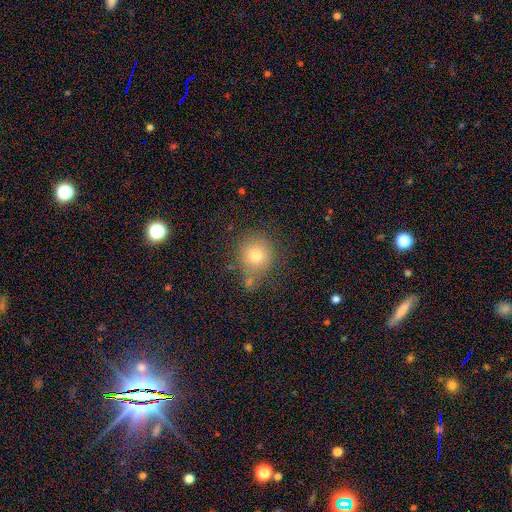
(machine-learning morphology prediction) Smooth or featured: smooth — 76% (star or artifact — 13%)
How rounded: round — 89% (in between — 10%)
Merging: none — 71% (minor disturbance — 14%)